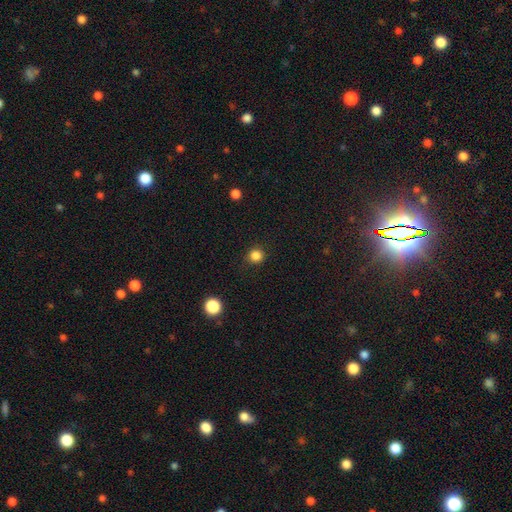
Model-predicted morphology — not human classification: This appears to be a smooth galaxy with no disk features (85%) that is round (92%). Merging: none (90%).